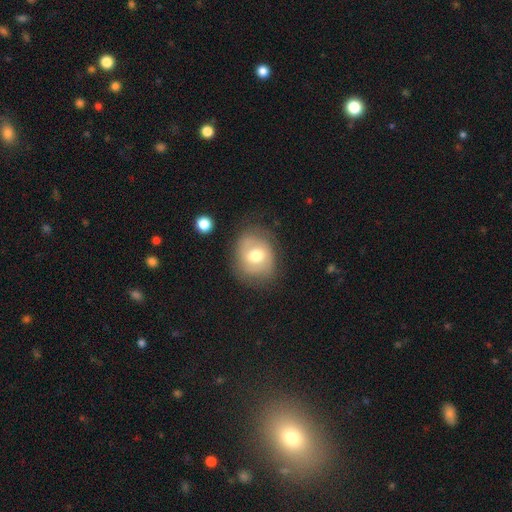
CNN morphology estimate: The model was most divided on "smooth or featured": smooth: 50%, featured or disk: 42%, star or artifact: 8%. More confident: merging — none (67%); how rounded — round (59%).